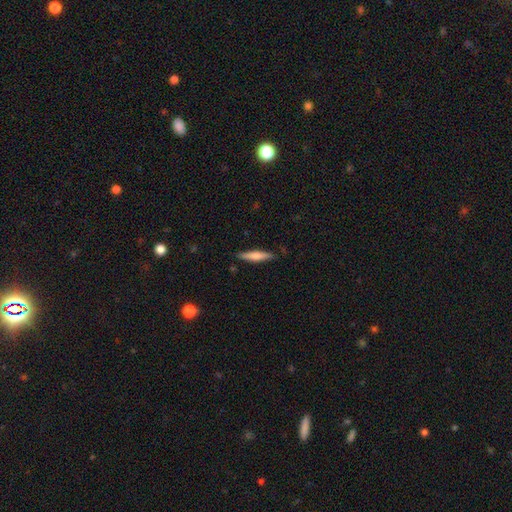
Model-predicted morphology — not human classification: This is likely a smooth galaxy (61%). How rounded: clearly cigar-shaped (86%). Merging: clearly none (87%).